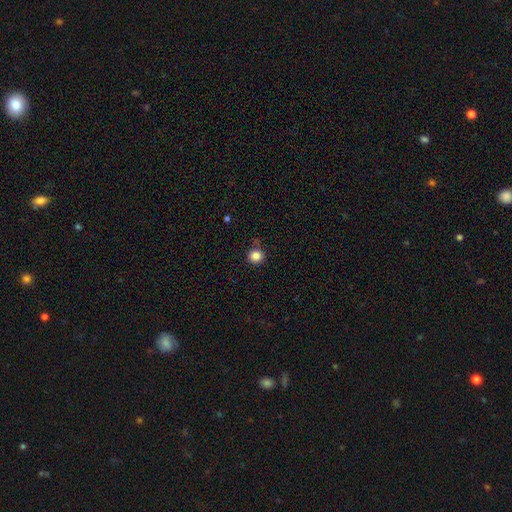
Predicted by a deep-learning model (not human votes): The model was most divided on "merging": none: 83%, minor disturbance: 11%, merger: 3%, major disturbance: 3%. More confident: how rounded — round (92%); smooth or featured — smooth (85%).